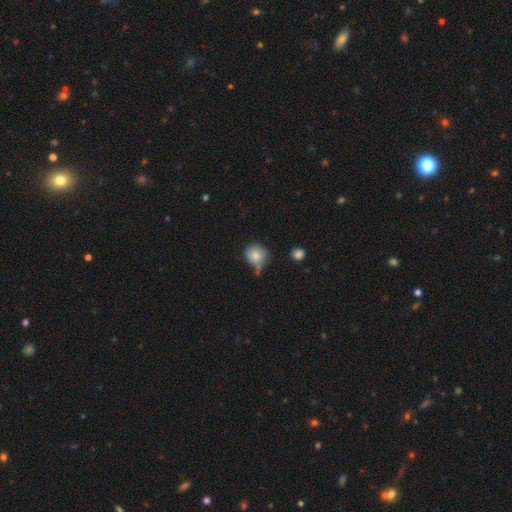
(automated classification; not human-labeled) Smooth or featured? smooth (81%)
How rounded? round (85%)
Merging? none (55%)